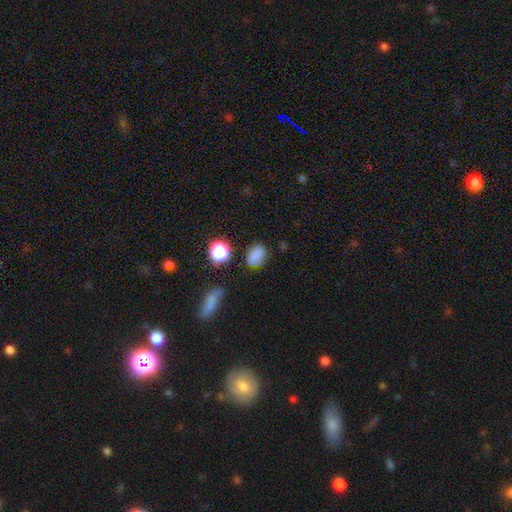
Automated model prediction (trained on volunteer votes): Q: Smooth or featured?
A: smooth (72%); runner-up: star or artifact (16%)
Q: How rounded?
A: in between (67%); runner-up: round (31%)
Q: Merging?
A: none (69%); runner-up: minor disturbance (21%)